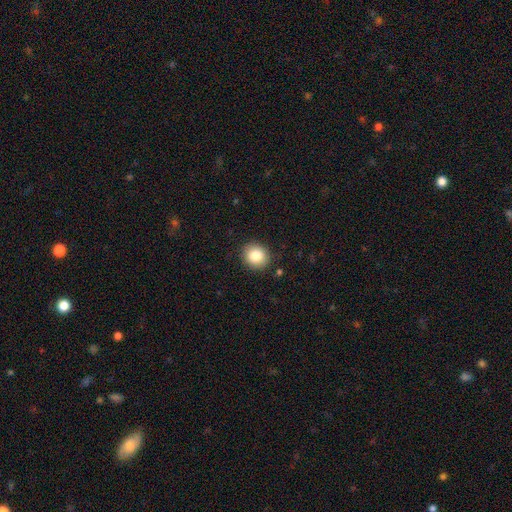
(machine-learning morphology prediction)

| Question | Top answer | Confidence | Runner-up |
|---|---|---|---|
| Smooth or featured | smooth | 83% | star or artifact (9%) |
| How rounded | round | 84% | in between (15%) |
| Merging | none | 89% | minor disturbance (7%) |